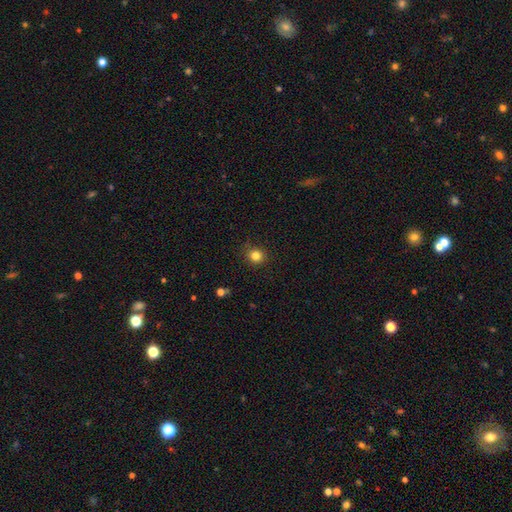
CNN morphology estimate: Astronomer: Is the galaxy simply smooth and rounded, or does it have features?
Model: smooth — 82%.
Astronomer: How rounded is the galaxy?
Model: round — 88%.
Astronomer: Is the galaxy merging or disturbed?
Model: none — 87%.